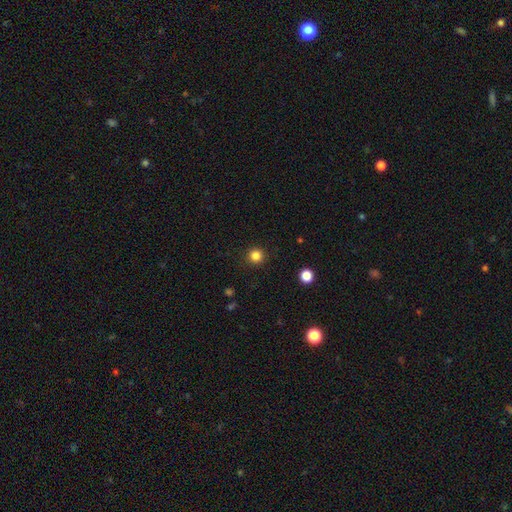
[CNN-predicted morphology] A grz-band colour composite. It shows a smooth galaxy with no disk features (83%) that is round (95%). Merging: none (92%).